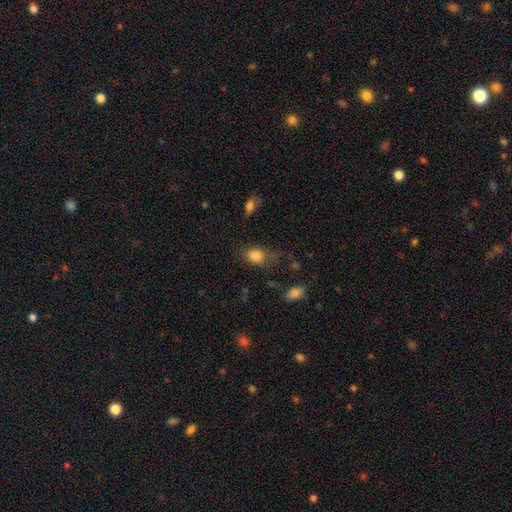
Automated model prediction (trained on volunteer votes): Smooth or featured?
  - smooth: 84% *
  - star or artifact: 10%
  - featured or disk: 7%
How rounded?
  - in between: 64% *
  - round: 35%
  - cigar-shaped: 1%
Merging?
  - none: 59% *
  - minor disturbance: 26%
  - major disturbance: 11%
  - merger: 3%